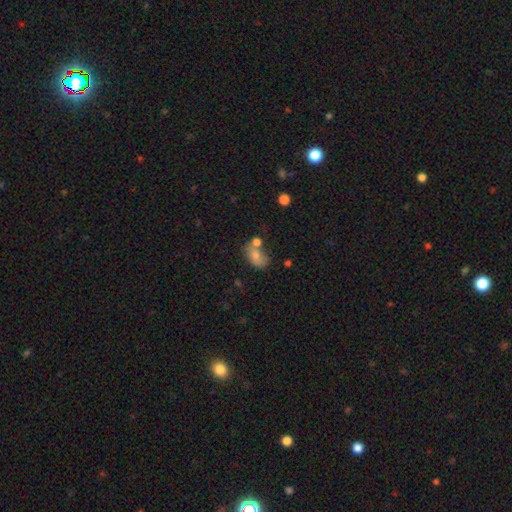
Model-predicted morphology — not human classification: This appears to be a smooth galaxy with no disk features (71%) that is in between round and cigar-shaped (79%). Merging: merger (35%).